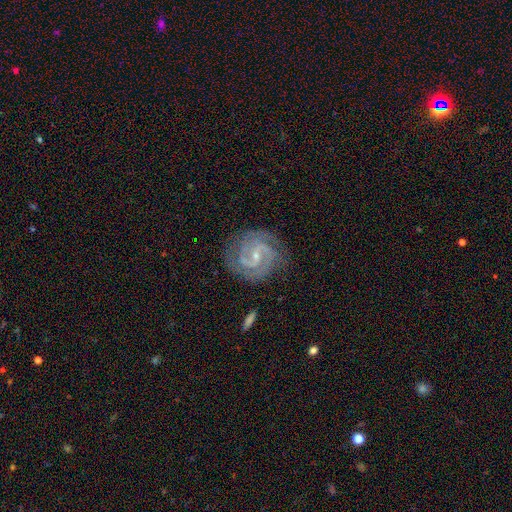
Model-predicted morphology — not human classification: featured or disk 91%, star or artifact 5%, smooth 4%. Down the decision tree: edge-on disk — no (98%); bar — weak (47%); spiral arms — yes (99%); spiral arm count — 2 (73%); spiral winding — tight (54%); bulge size — small (76%); merging — none (81%).